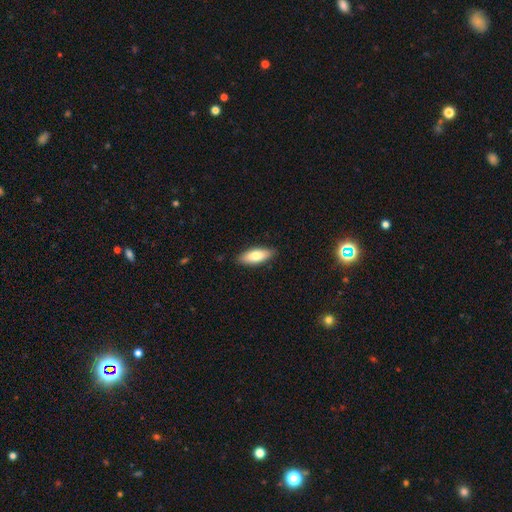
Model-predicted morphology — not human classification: Smooth or featured? Predicted: smooth (p=0.80). How rounded? Predicted: in between (p=0.72). Merging? Predicted: none (p=0.87).